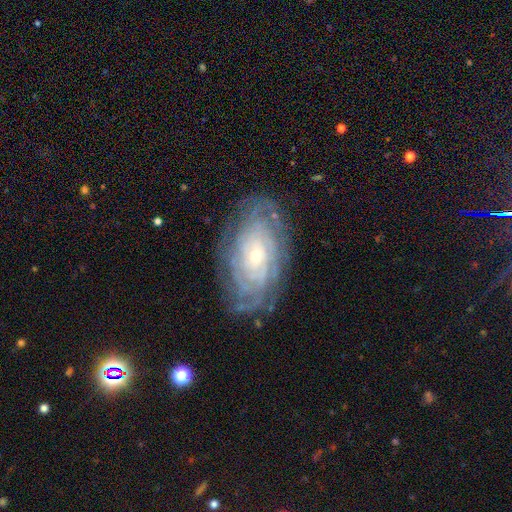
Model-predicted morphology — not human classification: featured or disk 85%, smooth 9%, star or artifact 6%. Down the decision tree: edge-on disk — no (95%); bar — no (72%); spiral arms — yes (96%); spiral arm count — can't tell (39%); spiral winding — tight (82%); bulge size — small (69%); merging — none (78%).